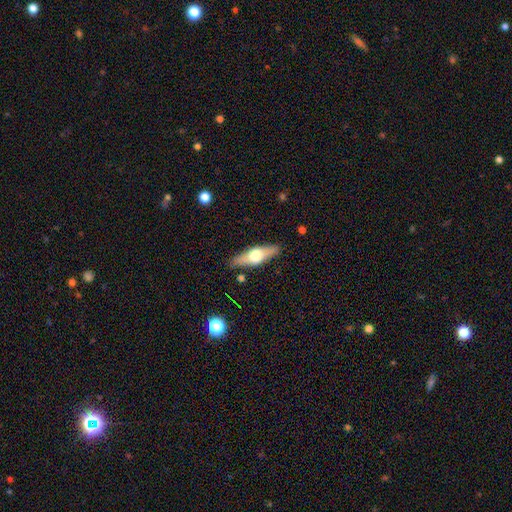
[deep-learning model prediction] Q: Smooth or featured?
A: featured or disk (51%); runner-up: smooth (43%)
Q: Edge-on disk?
A: yes (89%); runner-up: no (11%)
Q: Merging?
A: none (87%); runner-up: minor disturbance (9%)